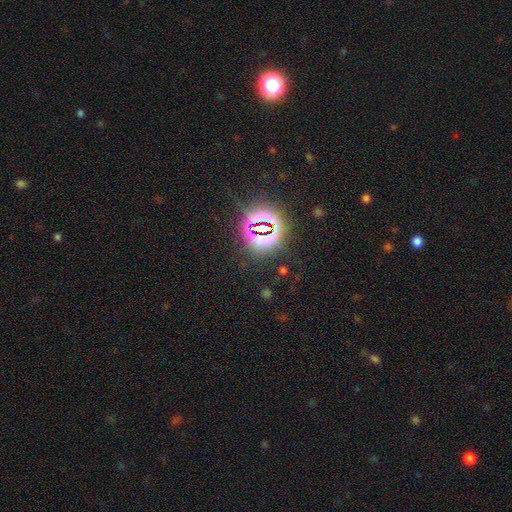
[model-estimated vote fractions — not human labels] Smooth or featured? star or artifact (79%)